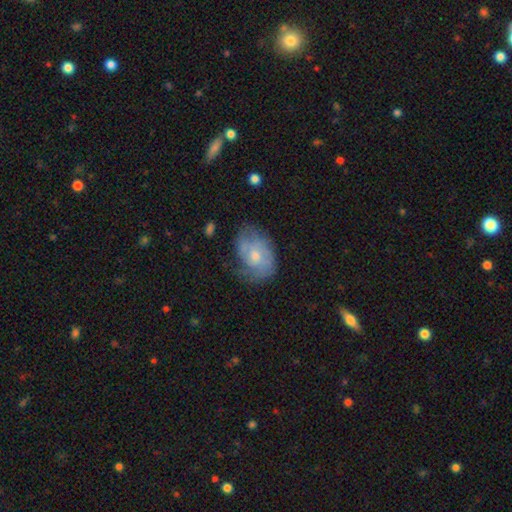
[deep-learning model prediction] smooth-or-featured: featured or disk: 54% | smooth: 38% | star or artifact: 7%
  disk-edge-on: no: 96% | yes: 4%
    bar: no: 76% | weak: 21% | strong: 3%
    has-spiral-arms: yes: 72% | no: 28%
    bulge-size: moderate: 53% | small: 39% | large: 4% | none: 4% | dominant: 1%
  merging: none: 56% | minor disturbance: 29% | major disturbance: 13% | merger: 2%